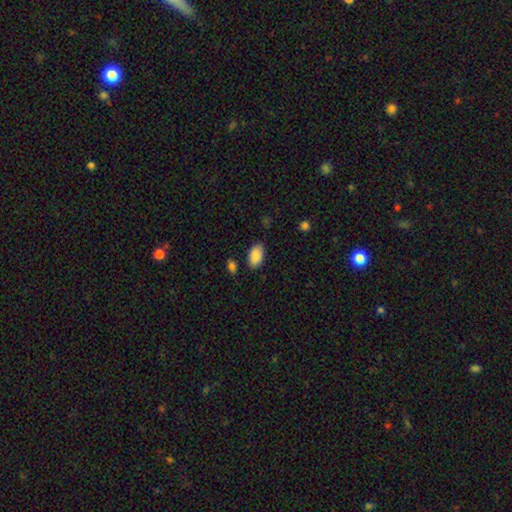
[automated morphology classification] Smooth or featured: smooth — 88% (star or artifact — 7%)
How rounded: in between — 94% (round — 5%)
Merging: none — 82% (minor disturbance — 12%)